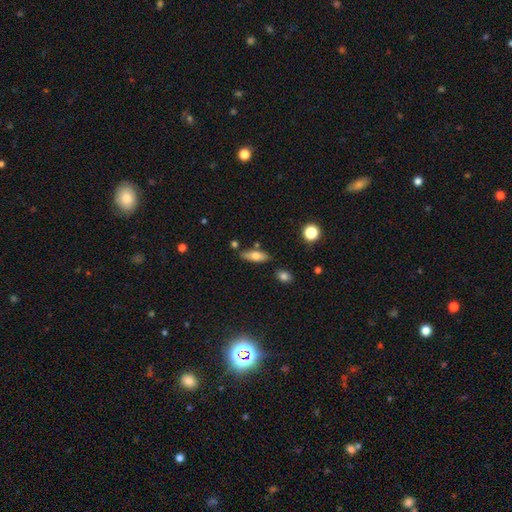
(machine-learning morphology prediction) type=smooth (69%); roundness=in between (67%); merging=none (77%).